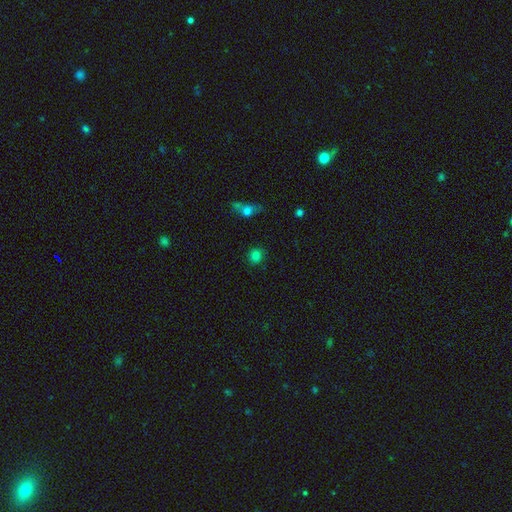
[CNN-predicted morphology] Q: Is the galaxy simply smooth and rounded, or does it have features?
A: smooth — 81%.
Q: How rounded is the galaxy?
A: round — 82%.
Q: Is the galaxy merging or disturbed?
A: none — 84%.